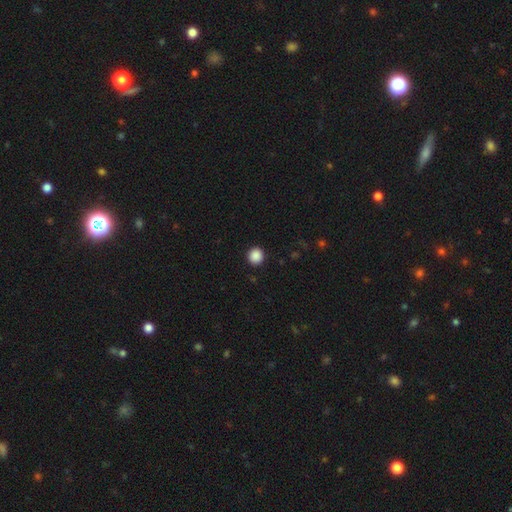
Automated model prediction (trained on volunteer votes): smooth 88%, star or artifact 9%, featured or disk 2%. Down the decision tree: how rounded — round (93%); merging — none (92%).